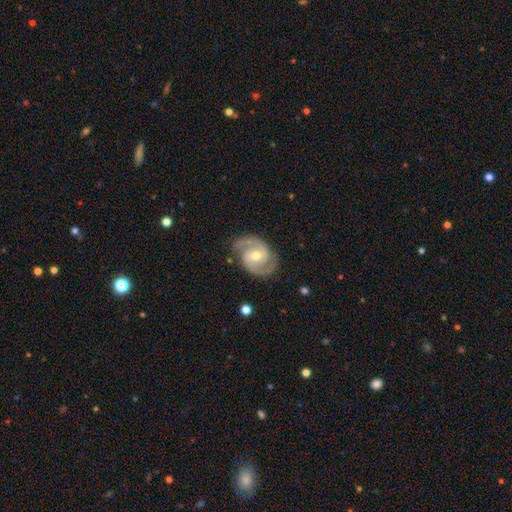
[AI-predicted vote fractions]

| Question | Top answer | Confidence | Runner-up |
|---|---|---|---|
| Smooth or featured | featured or disk | 90% | smooth (5%) |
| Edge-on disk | no | 98% | yes (2%) |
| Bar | no | 43% | tied: weak (43%) |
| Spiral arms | yes | 97% | no (3%) |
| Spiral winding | medium | 58% | tight (30%) |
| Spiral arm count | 2 | 93% | can't tell (2%) |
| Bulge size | moderate | 60% | small (37%) |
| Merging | none | 81% | minor disturbance (13%) |